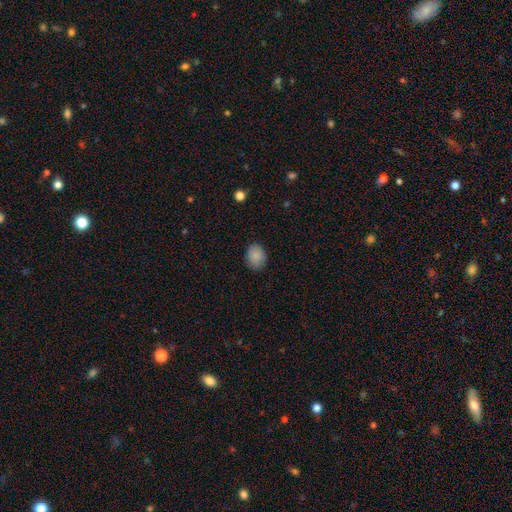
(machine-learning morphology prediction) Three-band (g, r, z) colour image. It shows a smooth galaxy with no disk features (87%) that is in between round and cigar-shaped (55%). Merging: none (83%).